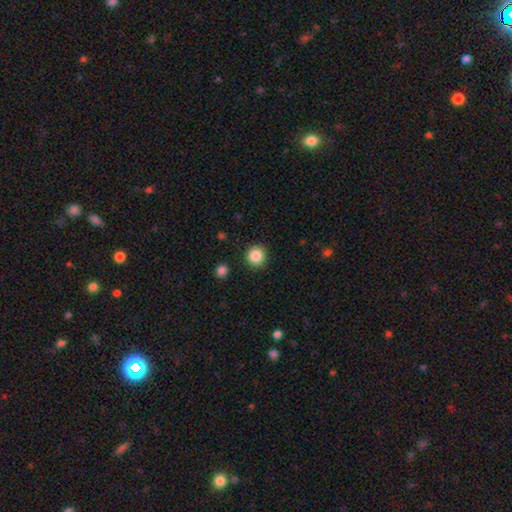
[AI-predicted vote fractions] Smooth or featured?
  - smooth: 86% *
  - star or artifact: 10%
  - featured or disk: 4%
How rounded?
  - round: 94% *
  - in between: 5%
  - cigar-shaped: 1%
Merging?
  - none: 90% *
  - minor disturbance: 6%
  - major disturbance: 2%
  - merger: 1%